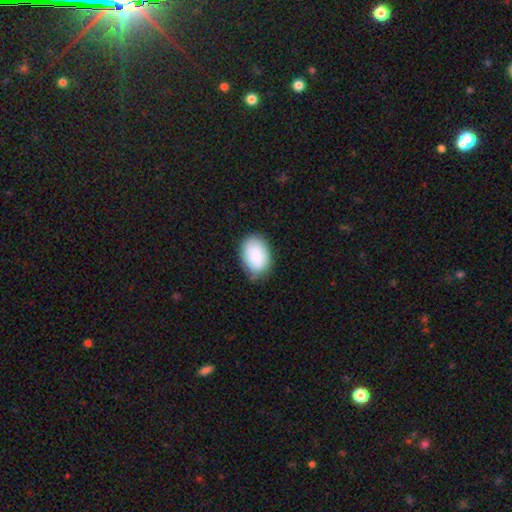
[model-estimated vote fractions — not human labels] Smooth or featured? Predicted: smooth (p=0.85). How rounded? Predicted: in between (p=0.85). Merging? Predicted: none (p=0.71).